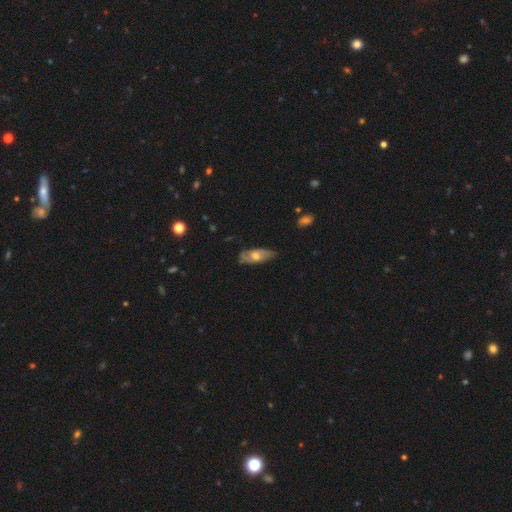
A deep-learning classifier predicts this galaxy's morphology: This is possibly a featured or disk galaxy (50%). It is likely not viewed edge-on (74%). Merging: likely none (68%).